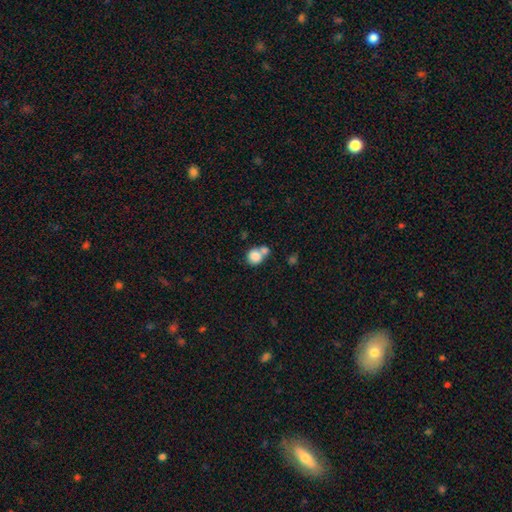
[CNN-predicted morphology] smooth_or_featured: smooth (p=0.83) [alt: star or artifact p=0.09]
how_rounded: round (p=0.81) [alt: in between p=0.18]
merging: merger (p=0.48) [alt: none p=0.39]